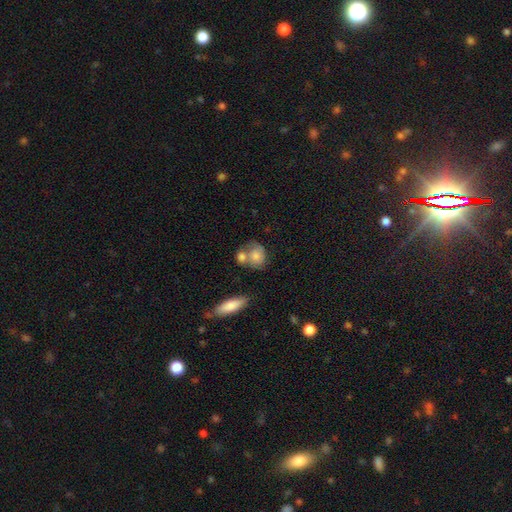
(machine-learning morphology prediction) Overall: smooth (62%; featured or disk 30%). How rounded: round (50%; in between 47%). Merging: merger (43%; none 33%).